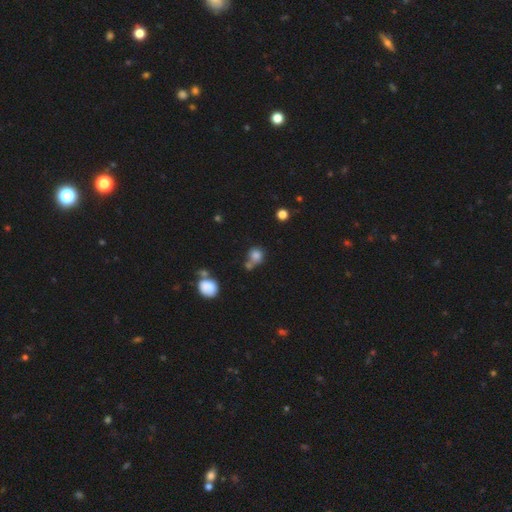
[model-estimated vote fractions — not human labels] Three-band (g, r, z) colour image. It shows a smooth galaxy with no disk features (79%) that is round (82%). Merging: none (48%).